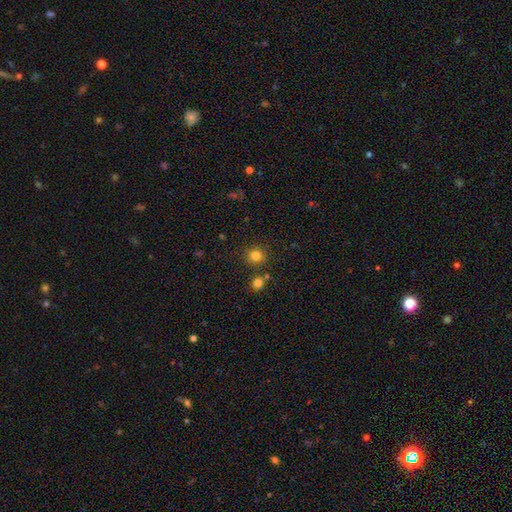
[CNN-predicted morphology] The model was most divided on "smooth or featured": smooth: 81%, star or artifact: 14%, featured or disk: 5%. More confident: how rounded — round (91%); merging — none (83%).